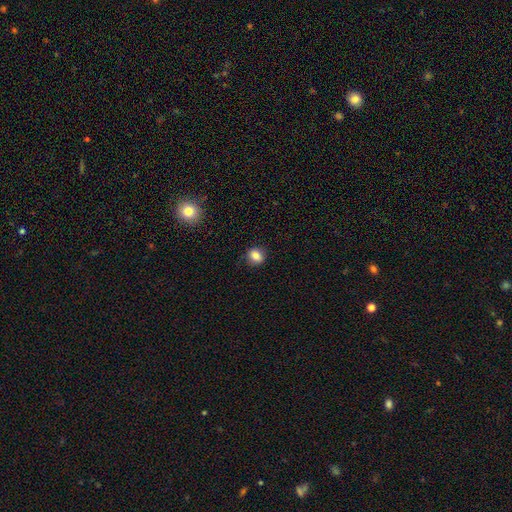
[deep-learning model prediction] smooth_or_featured: smooth (p=0.82) [alt: star or artifact p=0.10]
how_rounded: round (p=0.63) [alt: in between p=0.36]
merging: none (p=0.84) [alt: minor disturbance p=0.12]